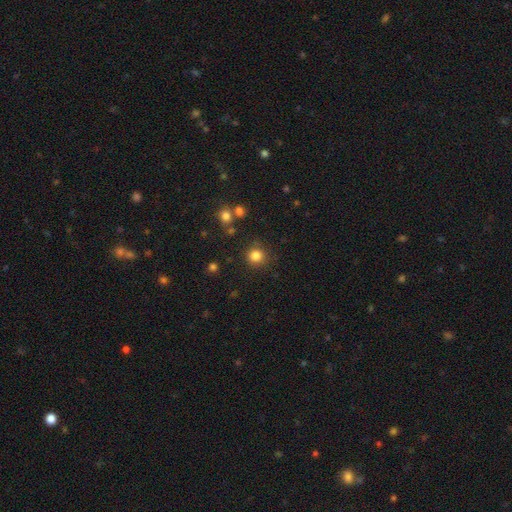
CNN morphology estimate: This appears to be a smooth galaxy with no disk features (83%) that is round (92%). Merging: none (86%).